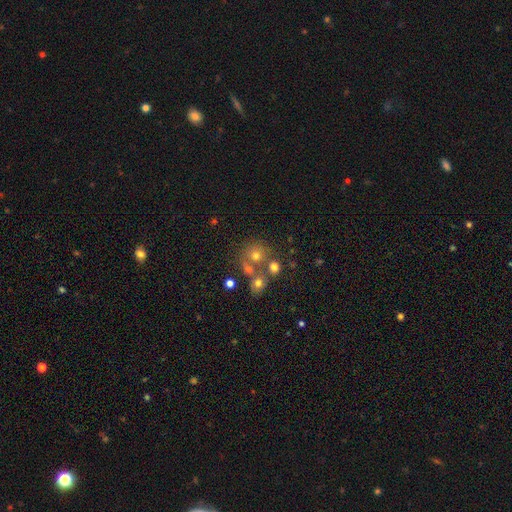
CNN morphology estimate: This appears to be a smooth galaxy with no disk features (62%) that is round (83%). Merging: none (48%).